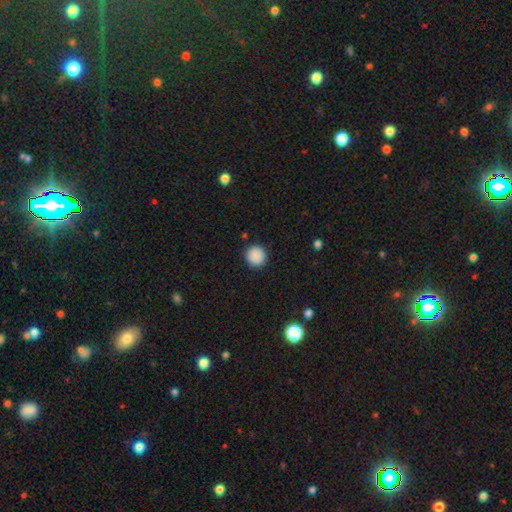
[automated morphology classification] Smooth or featured: smooth — 89% (star or artifact — 9%)
How rounded: round — 94% (in between — 5%)
Merging: none — 92% (minor disturbance — 5%)